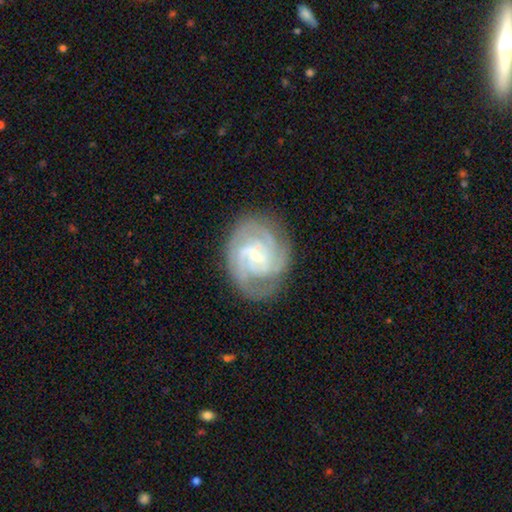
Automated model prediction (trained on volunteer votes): featured or disk 88%, smooth 7%, star or artifact 5%. Down the decision tree: edge-on disk — no (98%); bar — weak (44%); spiral arms — yes (97%); spiral arm count — 3 (35%); spiral winding — tight (64%); bulge size — small (68%); merging — none (79%).